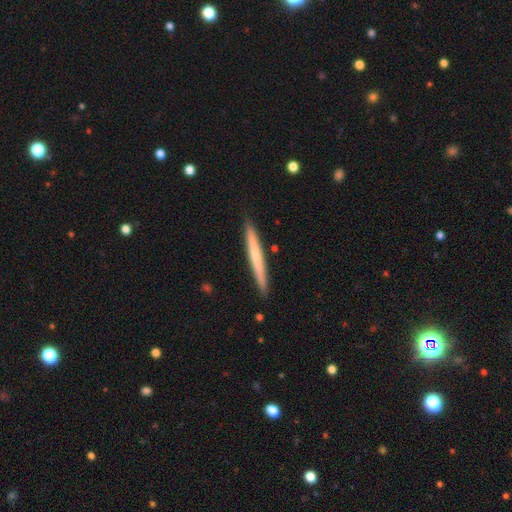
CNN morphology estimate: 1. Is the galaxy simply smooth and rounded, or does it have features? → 57% smooth, 38% featured or disk, 5% star or artifact.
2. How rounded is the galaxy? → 97% cigar-shaped, 2% in between, 1% round.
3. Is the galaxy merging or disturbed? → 90% none, 7% minor disturbance, 1% merger, 1% major disturbance.